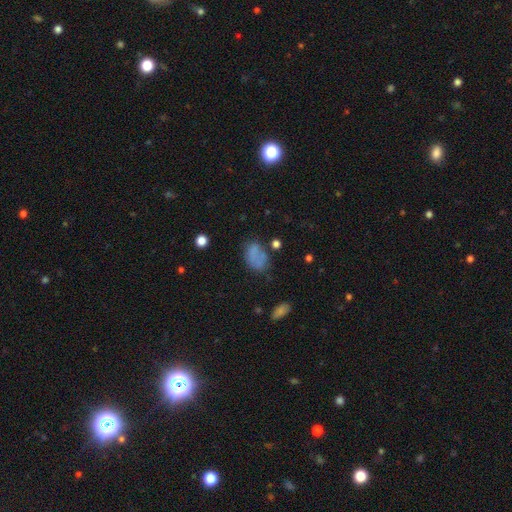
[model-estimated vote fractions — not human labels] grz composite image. It shows a smooth galaxy with no disk features (68%) that is in between round and cigar-shaped (84%). Merging: none (47%).